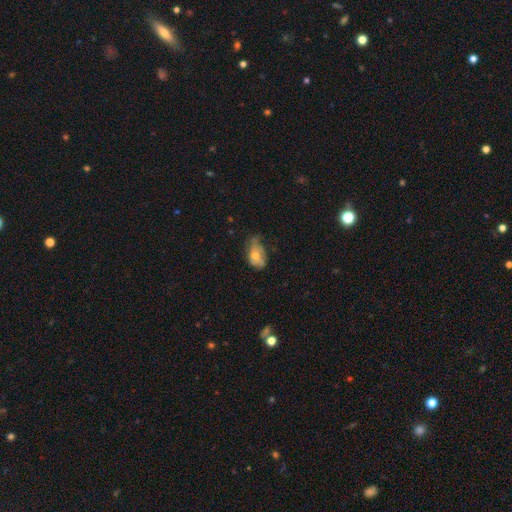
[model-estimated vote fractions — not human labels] smooth-or-featured: smooth: 61% | featured or disk: 30% | star or artifact: 9%
  how-rounded: in between: 85% | round: 13% | cigar-shaped: 2%
  merging: minor disturbance: 40% | none: 30% | major disturbance: 27% | merger: 2%